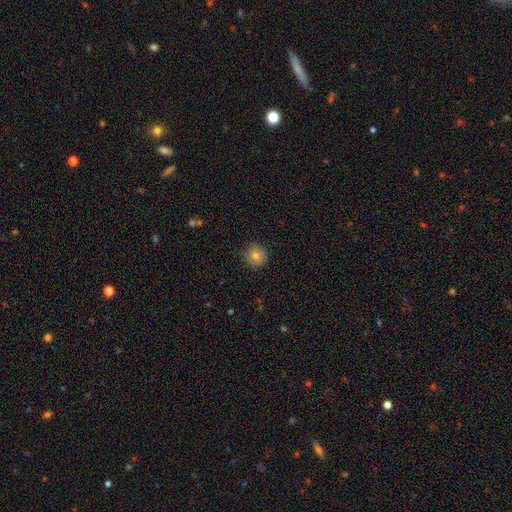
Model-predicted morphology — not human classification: Smooth or featured?
  - smooth: 78% *
  - star or artifact: 12%
  - featured or disk: 10%
How rounded?
  - round: 95% *
  - in between: 4%
  - cigar-shaped: 1%
Merging?
  - none: 89% *
  - minor disturbance: 8%
  - major disturbance: 2%
  - merger: 1%